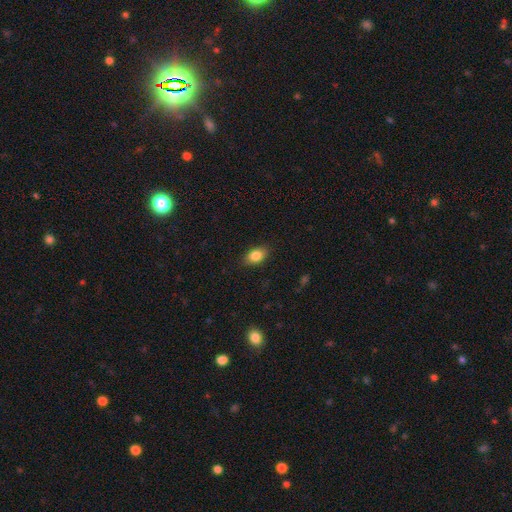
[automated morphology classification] Smooth or featured? Predicted: smooth (p=0.84). How rounded? Predicted: in between (p=0.86). Merging? Predicted: none (p=0.86).